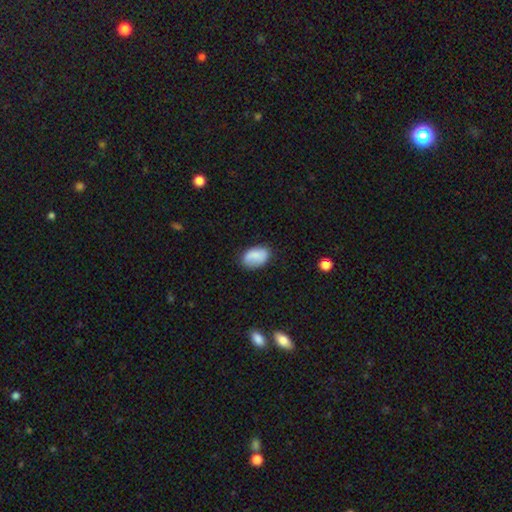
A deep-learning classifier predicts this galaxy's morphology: This appears to be a smooth galaxy with no disk features (81%) that is in between round and cigar-shaped (89%). Merging: none (75%).